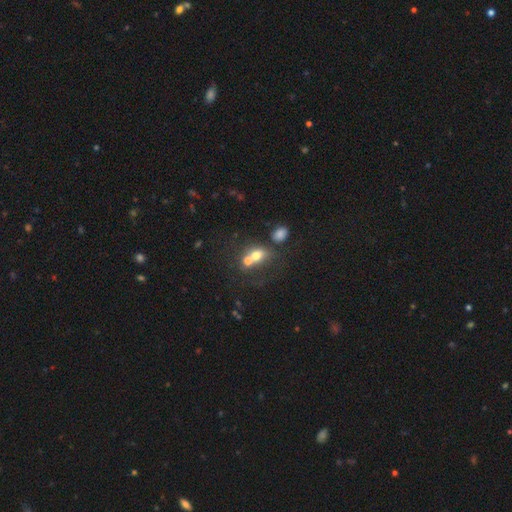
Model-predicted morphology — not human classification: smooth_or_featured: smooth (p=0.65) [alt: featured or disk p=0.21]
how_rounded: round (p=0.50) [alt: in between p=0.48]
merging: merger (p=0.60) [alt: none p=0.26]